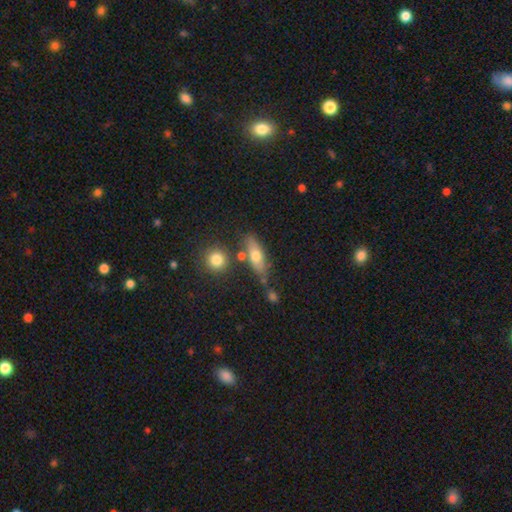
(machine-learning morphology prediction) smooth_or_featured: smooth (p=0.61) [alt: featured or disk p=0.30]
how_rounded: in between (p=0.62) [alt: cigar-shaped p=0.31]
merging: none (p=0.65) [alt: minor disturbance p=0.16]